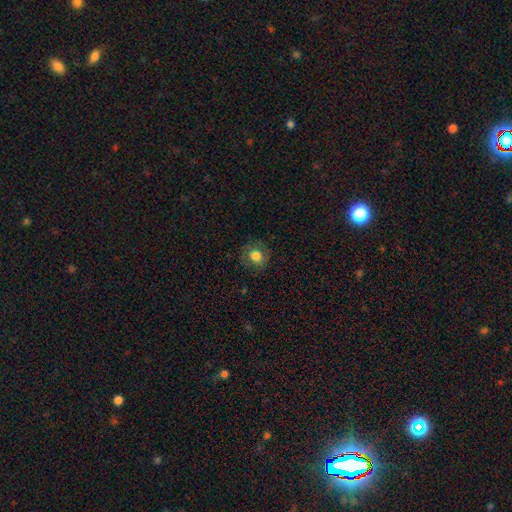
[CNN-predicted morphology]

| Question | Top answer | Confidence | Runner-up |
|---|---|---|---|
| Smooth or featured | smooth | 73% | featured or disk (16%) |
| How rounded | round | 82% | in between (17%) |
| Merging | none | 81% | minor disturbance (13%) |